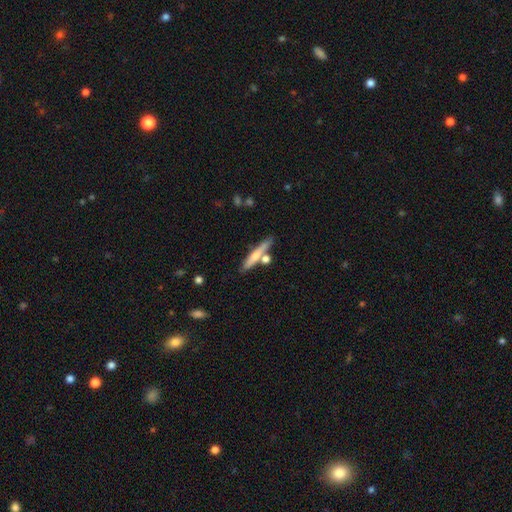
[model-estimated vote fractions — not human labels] Smooth or featured: smooth — 52% (featured or disk — 42%)
How rounded: cigar-shaped — 90% (in between — 7%)
Merging: none — 71% (merger — 14%)